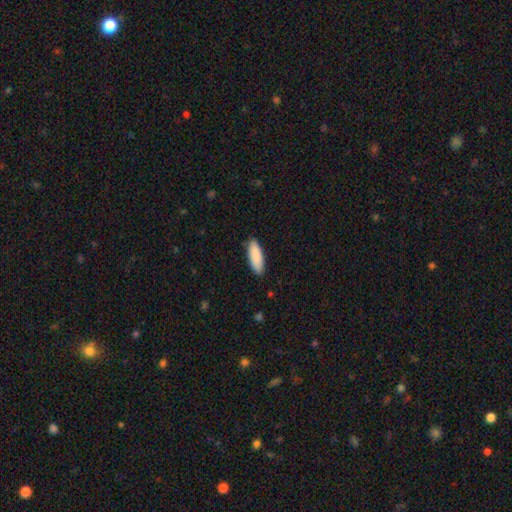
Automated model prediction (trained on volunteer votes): Smooth or featured? smooth (90%)
How rounded? in between (63%)
Merging? none (88%)